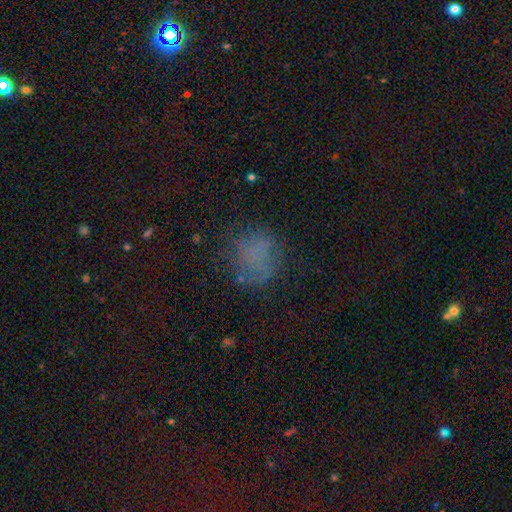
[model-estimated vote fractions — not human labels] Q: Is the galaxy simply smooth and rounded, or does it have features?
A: smooth — 58%.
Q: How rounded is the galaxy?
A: round — 74%.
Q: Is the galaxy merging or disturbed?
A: none — 64%.